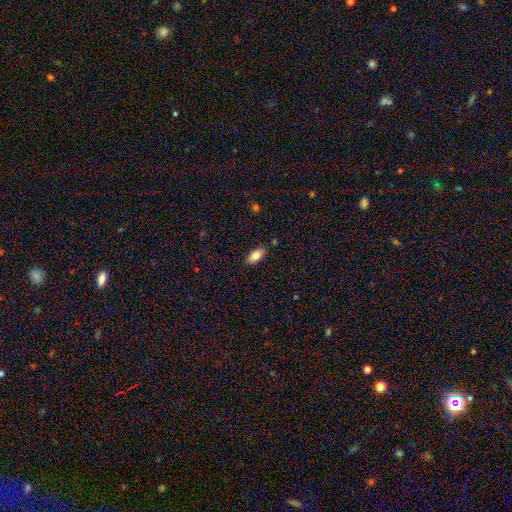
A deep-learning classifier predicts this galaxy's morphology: Smooth or featured? Predicted: smooth (p=0.79). How rounded? Predicted: in between (p=0.86). Merging? Predicted: none (p=0.86).